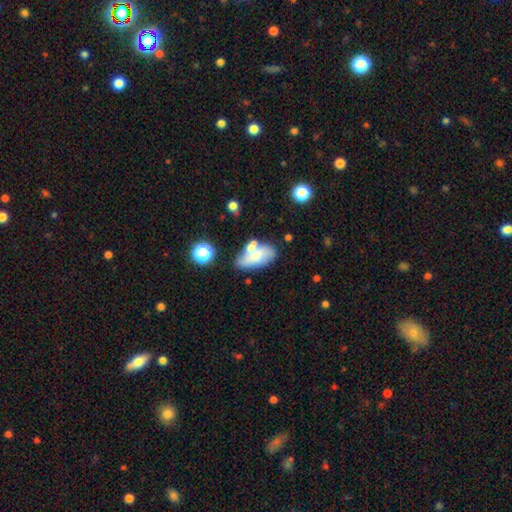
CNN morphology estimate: smooth 65%, featured or disk 26%, star or artifact 9%. Down the decision tree: how rounded — in between (88%); merging — none (49%).